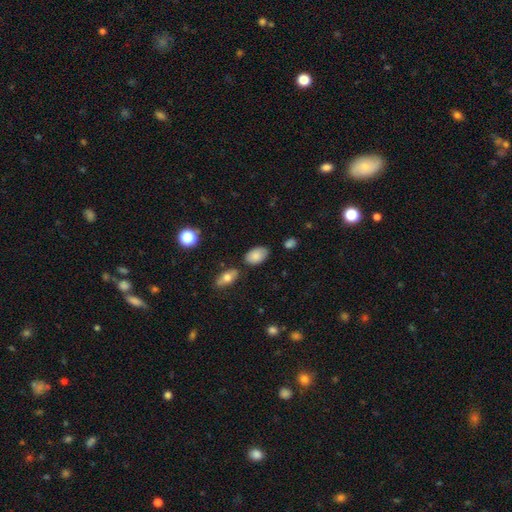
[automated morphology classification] Smooth or featured? smooth (83%)
How rounded? in between (93%)
Merging? none (76%)